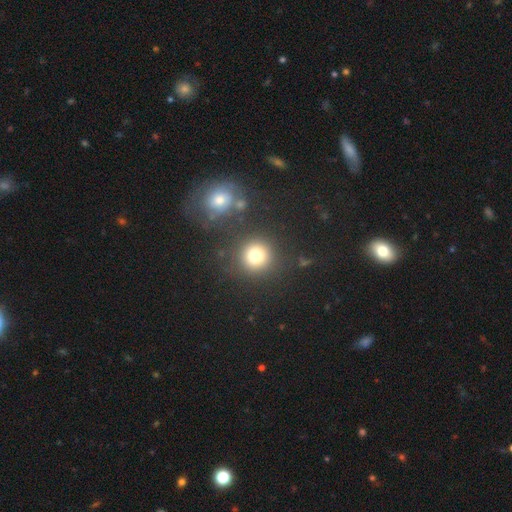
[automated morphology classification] Smooth or featured? Predicted: smooth (p=0.77). How rounded? Predicted: round (p=0.93). Merging? Predicted: none (p=0.84).